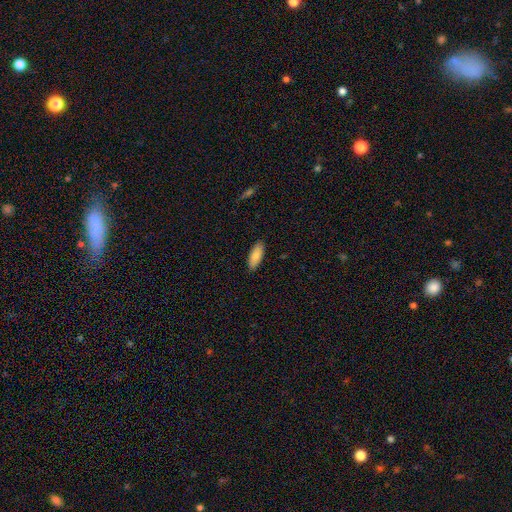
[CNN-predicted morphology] Smooth or featured? Predicted: smooth (p=0.84). How rounded? Predicted: in between (p=0.75). Merging? Predicted: none (p=0.88).